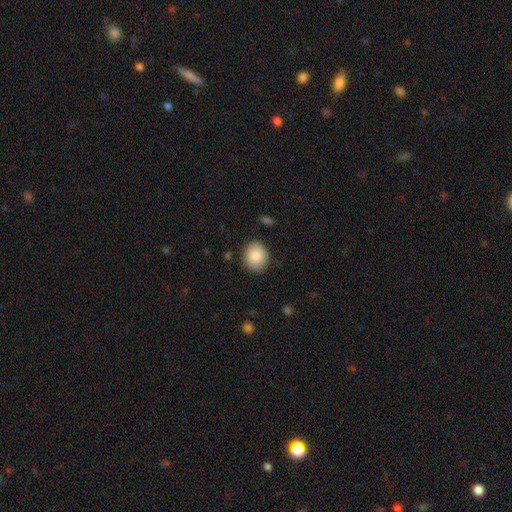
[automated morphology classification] Smooth or featured: smooth — 86% (star or artifact — 7%)
How rounded: round — 70% (in between — 29%)
Merging: none — 87% (minor disturbance — 10%)